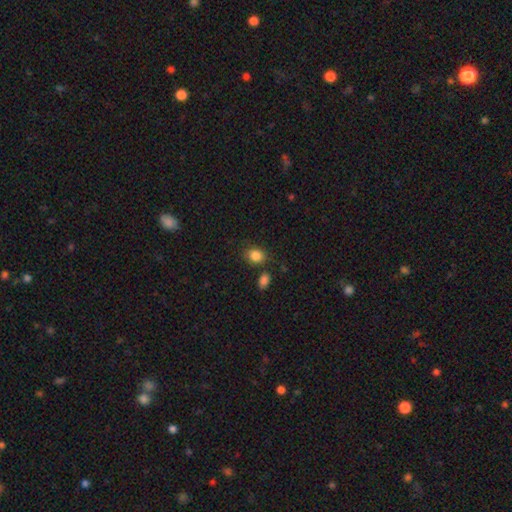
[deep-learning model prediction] Smooth or featured? Predicted: smooth (p=0.86). How rounded? Predicted: in between (p=0.50). Merging? Predicted: none (p=0.75).